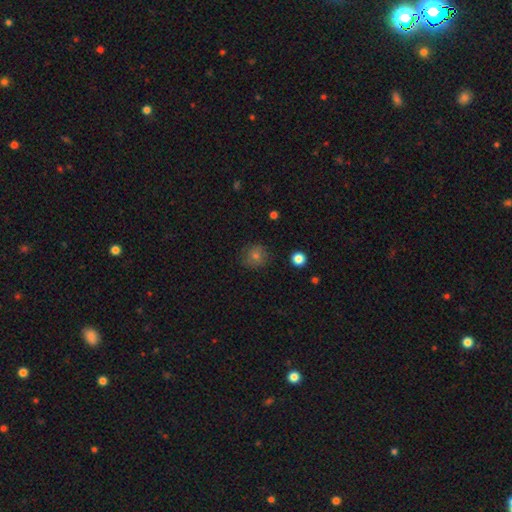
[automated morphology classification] Smooth or featured? smooth (68%)
How rounded? round (88%)
Merging? none (81%)